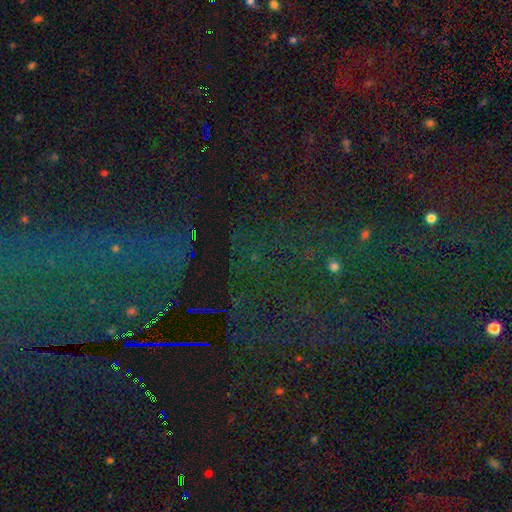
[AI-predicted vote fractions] smooth-or-featured: star or artifact: 82% | smooth: 10% | featured or disk: 8%